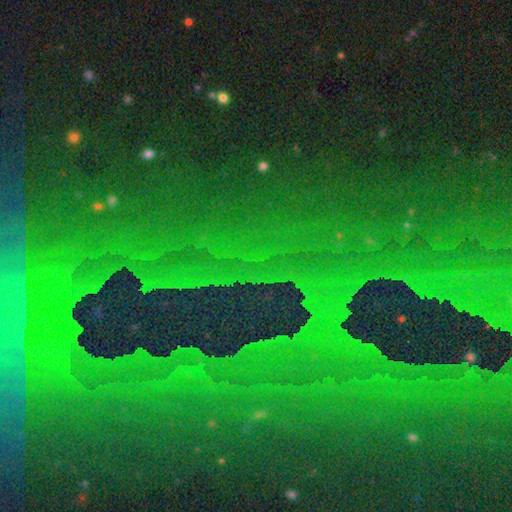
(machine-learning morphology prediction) type=star or artifact (87%).